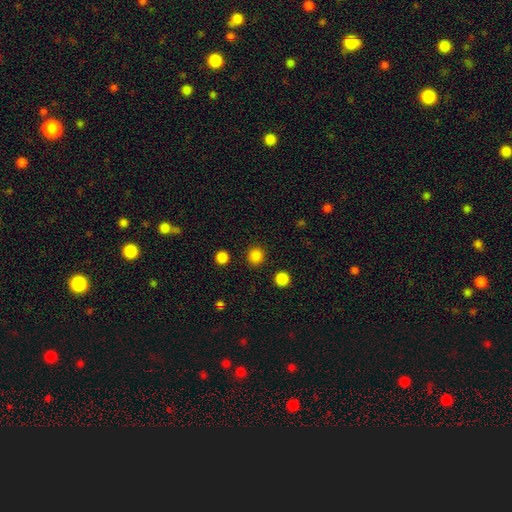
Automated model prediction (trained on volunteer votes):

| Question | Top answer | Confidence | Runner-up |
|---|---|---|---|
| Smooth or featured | smooth | 84% | star or artifact (13%) |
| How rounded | round | 92% | in between (7%) |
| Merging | none | 91% | minor disturbance (5%) |